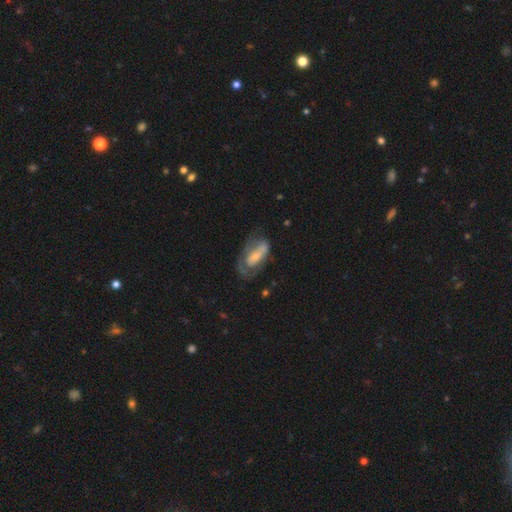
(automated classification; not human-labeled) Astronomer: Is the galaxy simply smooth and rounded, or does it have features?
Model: featured or disk — 52% (runner-up: smooth, 41%).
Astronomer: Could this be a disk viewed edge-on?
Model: no — 90%.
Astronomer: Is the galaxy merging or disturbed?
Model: none — 41% (runner-up: major disturbance, 30%).